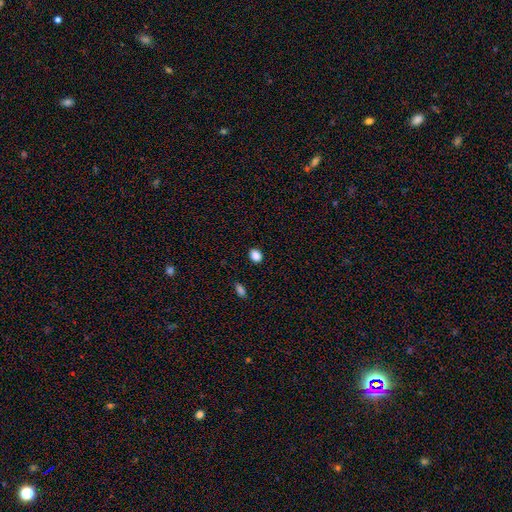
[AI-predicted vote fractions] Morphology: type=smooth (87%); roundness=in between (56%); merging=none (89%).